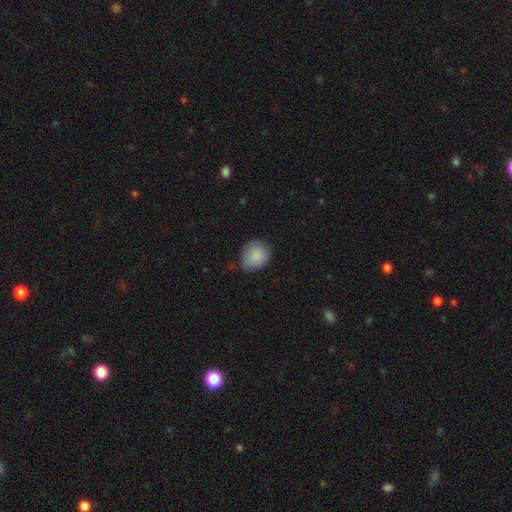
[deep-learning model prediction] A smooth galaxy with no disk features (87%) that is round (56%).

Vote fractions:
- Smooth or featured? smooth: 87% / star or artifact: 7% / featured or disk: 5%
- How rounded? round: 56% / in between: 43% / cigar-shaped: 1%
- Merging? none: 66% / minor disturbance: 28% / major disturbance: 5% / merger: 1%